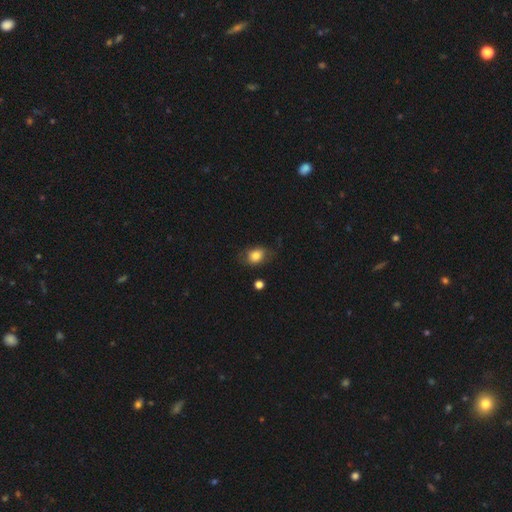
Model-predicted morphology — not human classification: Smooth or featured: smooth — 79% (featured or disk — 12%)
How rounded: in between — 64% (round — 35%)
Merging: none — 68% (minor disturbance — 22%)